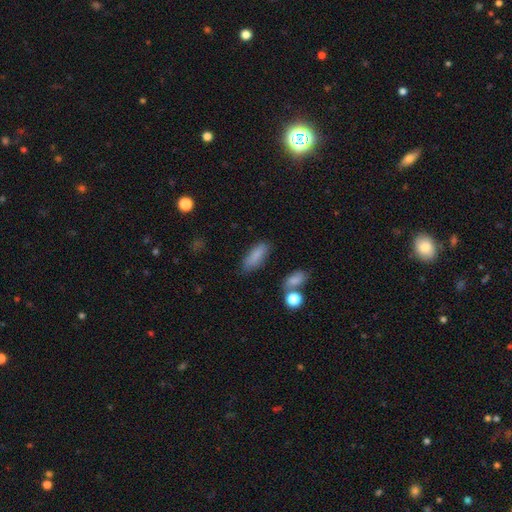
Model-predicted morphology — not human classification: This is clearly a smooth galaxy (83%). How rounded: likely in between (67%). Merging: likely none (73%).